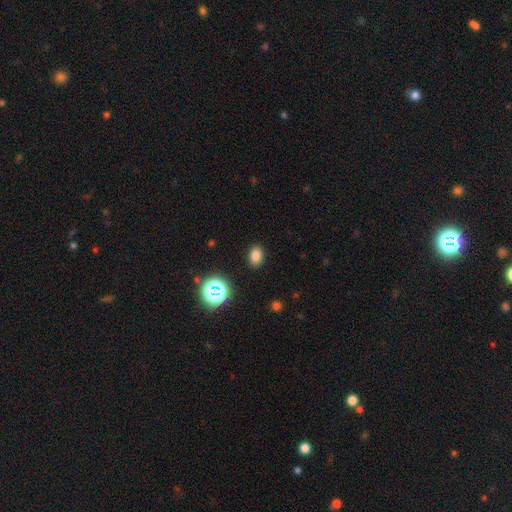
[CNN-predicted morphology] Q: Smooth or featured?
A: smooth (78%); runner-up: star or artifact (17%)
Q: How rounded?
A: in between (75%); runner-up: round (24%)
Q: Merging?
A: none (88%); runner-up: minor disturbance (8%)